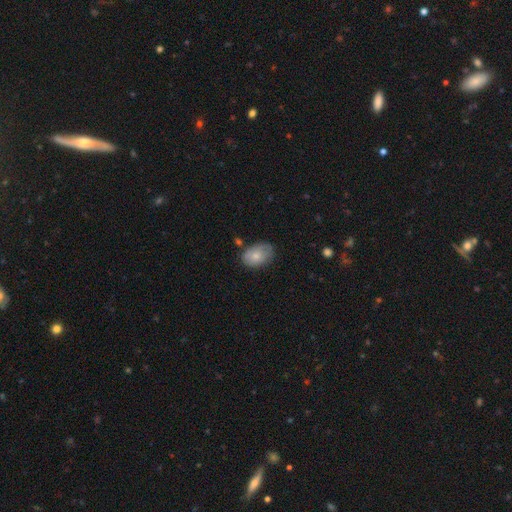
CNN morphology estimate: The model was most divided on "merging": none: 67%, minor disturbance: 24%, major disturbance: 5%, merger: 4%. More confident: how rounded — in between (84%); smooth or featured — smooth (77%).